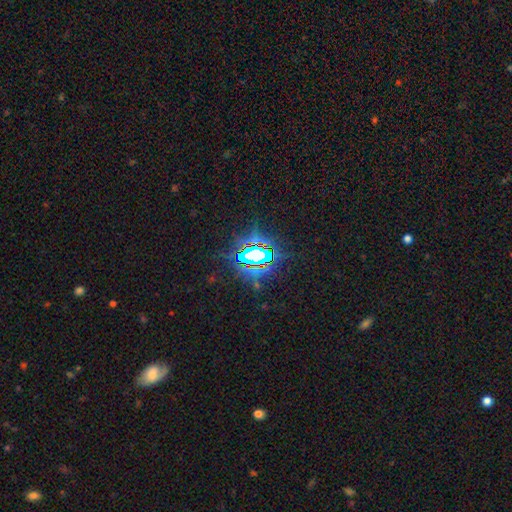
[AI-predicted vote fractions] A star or artifact, not a galaxy (76%).

Vote fractions:
- Smooth or featured? star or artifact: 76% / smooth: 13% / featured or disk: 11%